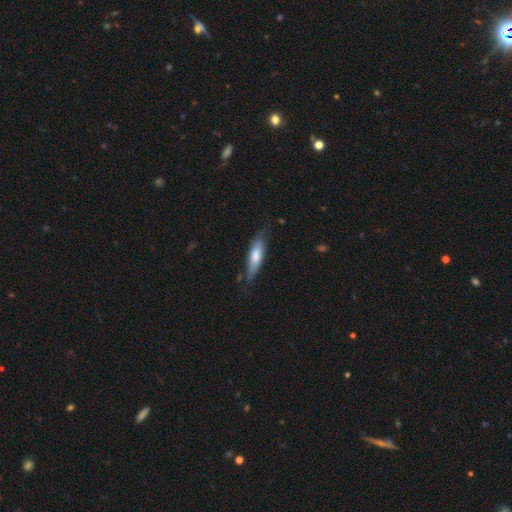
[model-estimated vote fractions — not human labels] This is likely a smooth galaxy (64%). How rounded: likely cigar-shaped (61%). Merging: likely none (65%).